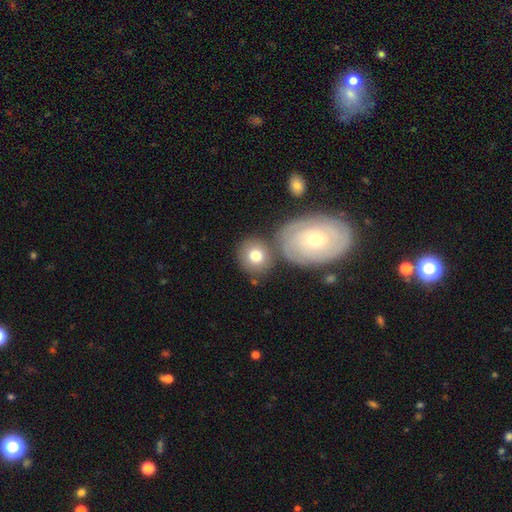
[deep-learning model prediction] Overall: smooth (76%). How rounded: round (78%). Merging: none (66%).